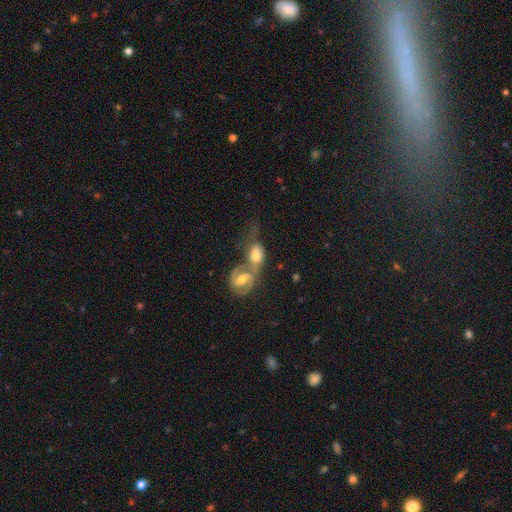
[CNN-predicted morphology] Smooth or featured? featured or disk (56%)
Edge-on disk? no (93%)
Bar? weak (42%)
Spiral arms? yes (80%)
Bulge size? moderate (60%)
Merging? merger (69%)